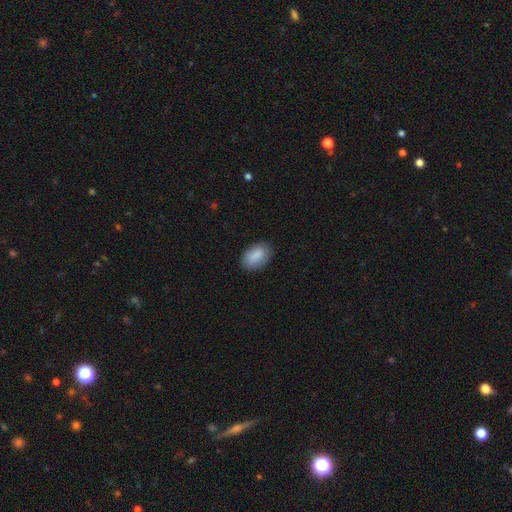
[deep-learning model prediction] A smooth galaxy with no disk features (87%) that is in between round and cigar-shaped (91%). Merging: none (83%).